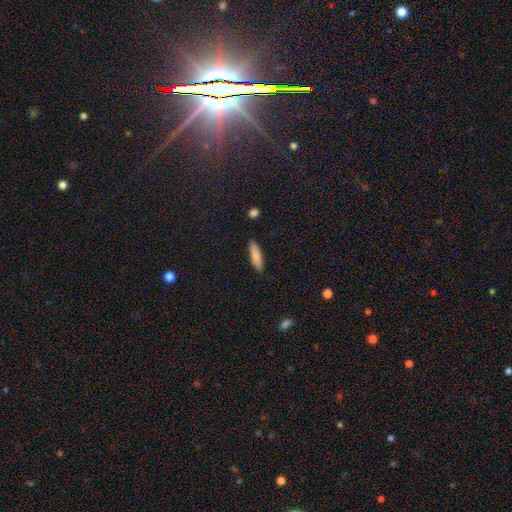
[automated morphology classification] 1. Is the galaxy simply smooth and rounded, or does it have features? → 82% smooth, 12% featured or disk, 6% star or artifact.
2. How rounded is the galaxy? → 58% cigar-shaped, 40% in between, 2% round.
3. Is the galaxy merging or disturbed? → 88% none, 9% minor disturbance, 2% major disturbance, 1% merger.